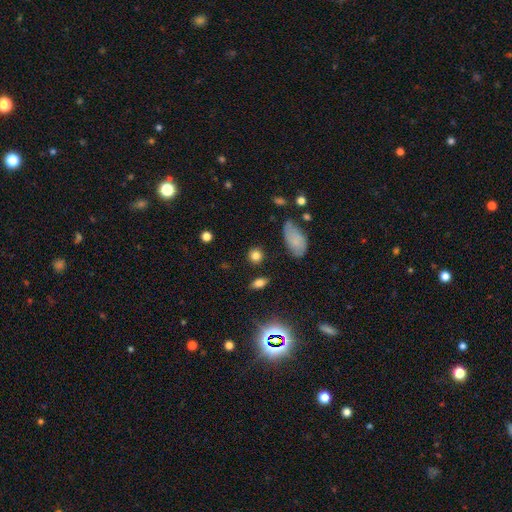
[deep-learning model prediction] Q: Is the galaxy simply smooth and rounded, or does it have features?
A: smooth — 80%.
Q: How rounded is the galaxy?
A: round — 80%.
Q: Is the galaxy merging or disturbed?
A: none — 83%.